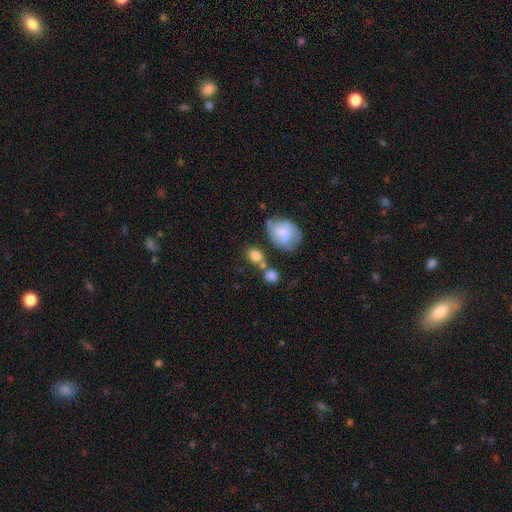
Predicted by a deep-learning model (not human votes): smooth-or-featured: smooth: 78% | featured or disk: 13% | star or artifact: 9%
  how-rounded: in between: 50% | round: 48% | cigar-shaped: 2%
  merging: none: 52% | merger: 23% | minor disturbance: 17% | major disturbance: 7%